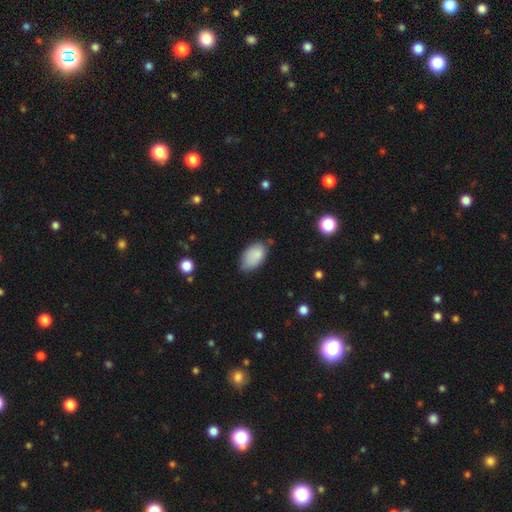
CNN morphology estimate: Overall: smooth (86%). How rounded: in between (94%). Merging: none (65%; minor disturbance 27%).